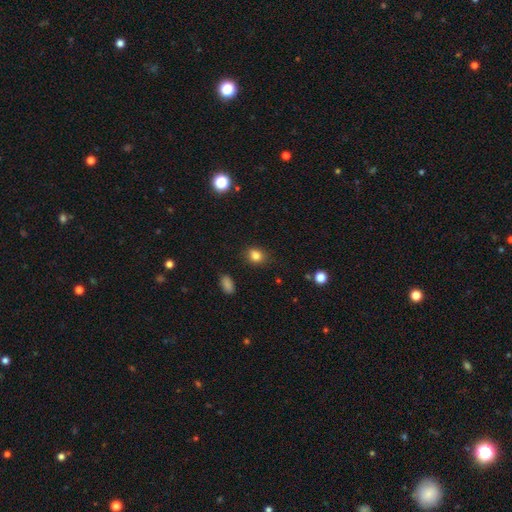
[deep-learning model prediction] Smooth or featured?
  - smooth: 83% *
  - star or artifact: 12%
  - featured or disk: 5%
How rounded?
  - round: 50% *
  - in between: 49%
  - cigar-shaped: 1%
Merging?
  - none: 83% *
  - minor disturbance: 12%
  - major disturbance: 3%
  - merger: 2%